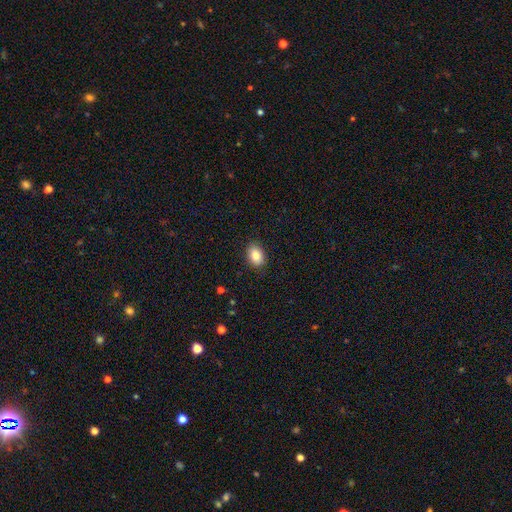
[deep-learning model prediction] The model was most divided on "how rounded": in between: 82%, round: 17%, cigar-shaped: 1%. More confident: merging — none (88%); smooth or featured — smooth (84%).